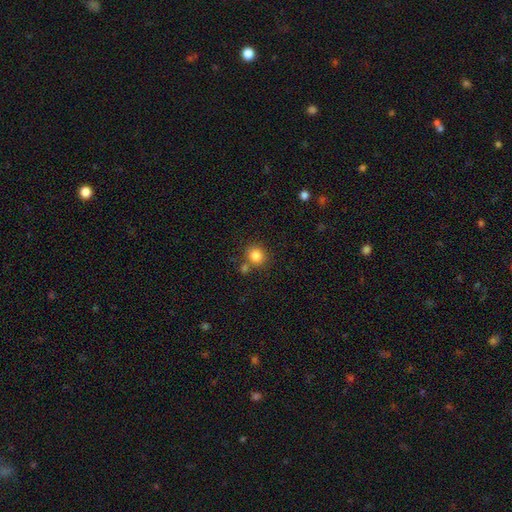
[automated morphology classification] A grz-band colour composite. It shows a smooth galaxy with no disk features (84%) that is round (86%). Merging: none (71%).